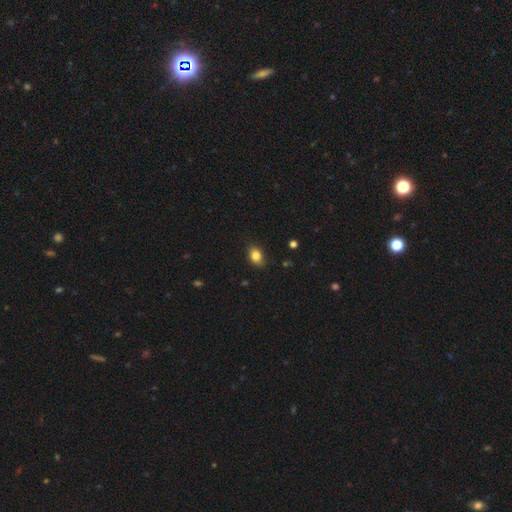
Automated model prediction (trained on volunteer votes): smooth_or_featured: smooth (p=0.84) [alt: star or artifact p=0.09]
how_rounded: in between (p=0.77) [alt: round p=0.22]
merging: none (p=0.85) [alt: minor disturbance p=0.11]